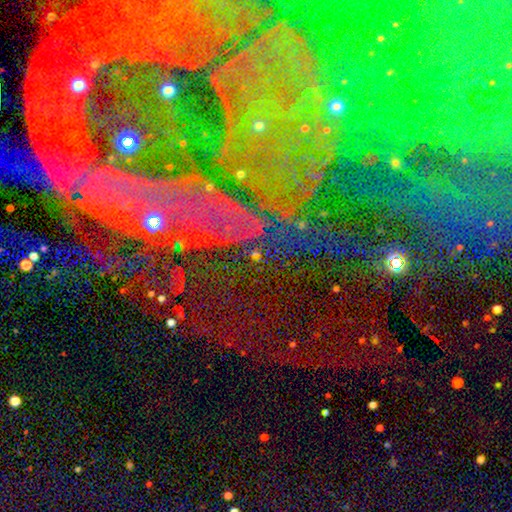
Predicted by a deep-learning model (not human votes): This appears to be a star or artifact, not a galaxy (82%).